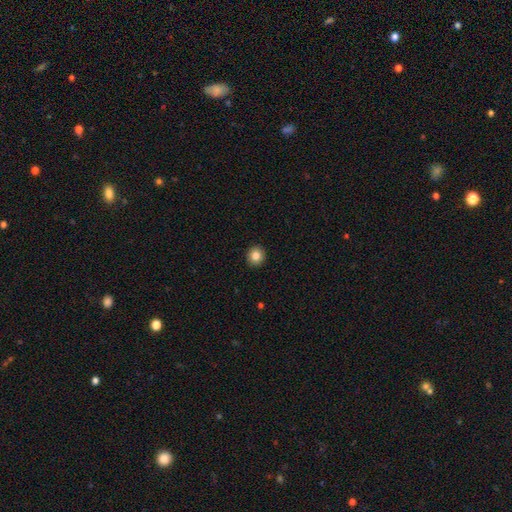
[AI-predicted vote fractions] This is clearly a smooth galaxy (84%). How rounded: clearly round (93%). Merging: clearly none (93%).